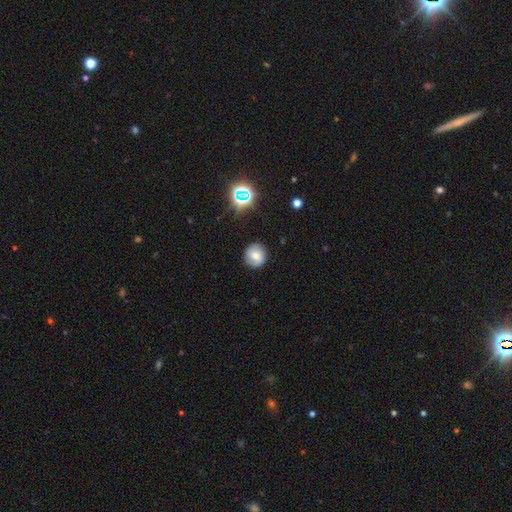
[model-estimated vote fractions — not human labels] A smooth galaxy with no disk features (50%). Merging: none (83%).